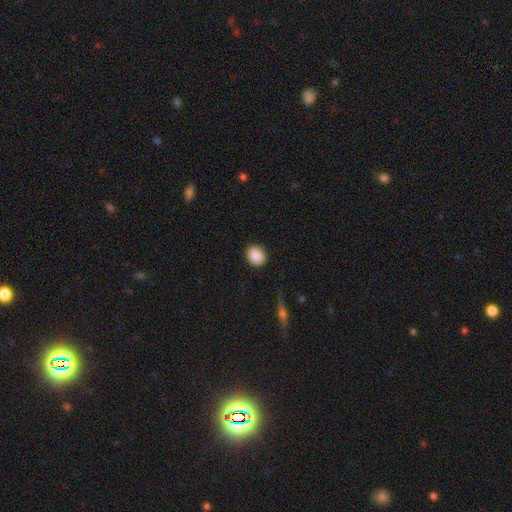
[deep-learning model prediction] Smooth or featured? smooth (89%)
How rounded? round (59%)
Merging? none (88%)